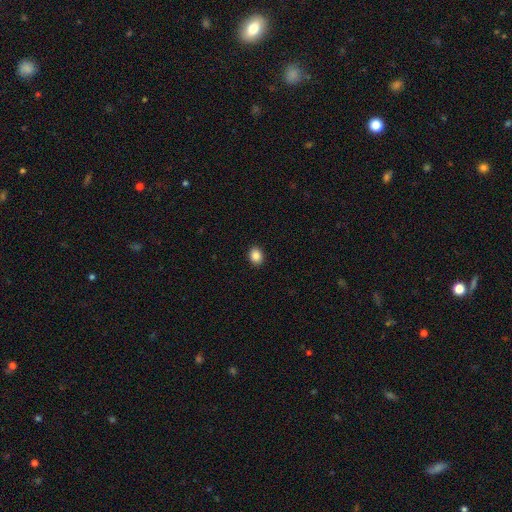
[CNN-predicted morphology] Smooth or featured? smooth (87%)
How rounded? in between (57%)
Merging? none (92%)